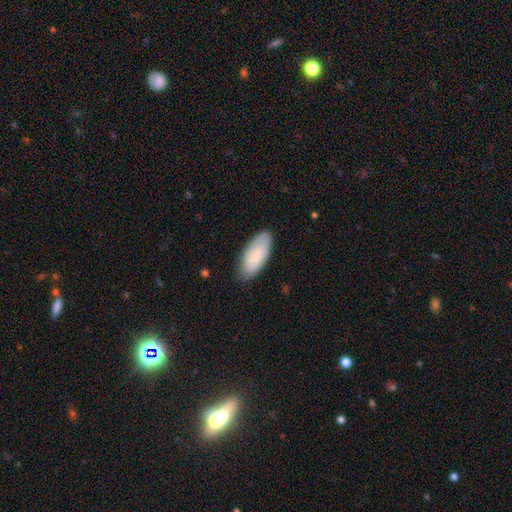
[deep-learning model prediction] The model was most divided on "smooth or featured": smooth: 79%, featured or disk: 15%, star or artifact: 6%. More confident: how rounded — in between (89%); merging — none (80%).